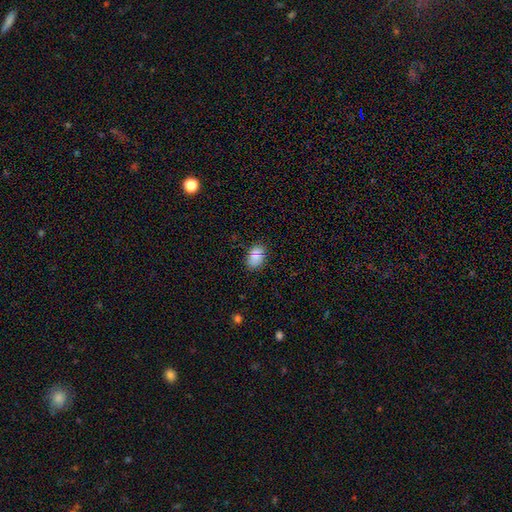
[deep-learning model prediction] smooth-or-featured: smooth: 78% | star or artifact: 13% | featured or disk: 9%
  how-rounded: in between: 86% | round: 13% | cigar-shaped: 2%
  merging: none: 80% | minor disturbance: 14% | major disturbance: 3% | merger: 3%